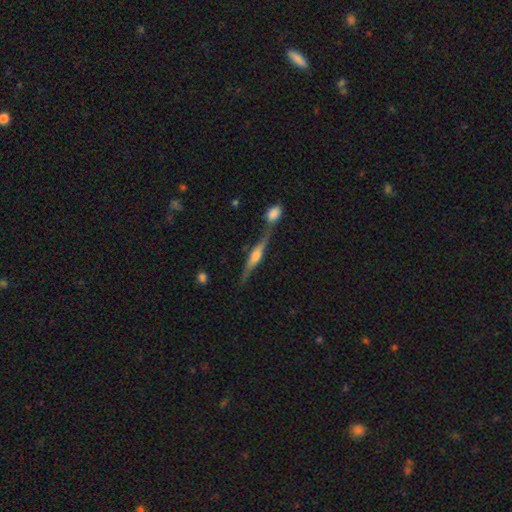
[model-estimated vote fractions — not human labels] This is likely a featured or disk galaxy (67%). It is clearly viewed edge-on (93%). Edge-on bulge: likely rounded (73%). Merging: possibly none (54%).